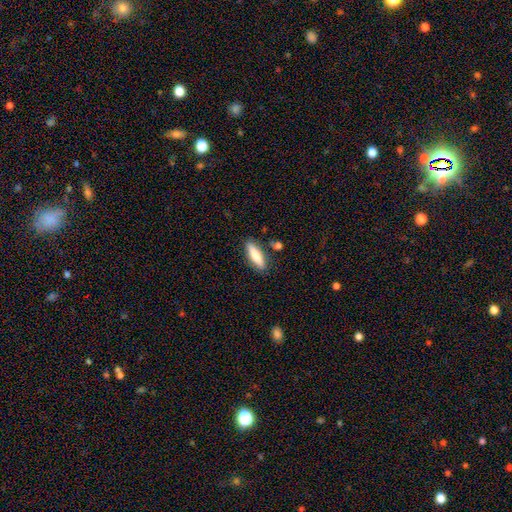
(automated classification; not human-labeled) A smooth galaxy with no disk features (77%) that is cigar-shaped (59%).

Vote fractions:
- Smooth or featured? smooth: 77% / featured or disk: 17% / star or artifact: 6%
- How rounded? cigar-shaped: 59% / in between: 40% / round: 2%
- Merging? none: 83% / minor disturbance: 11% / merger: 4% / major disturbance: 3%